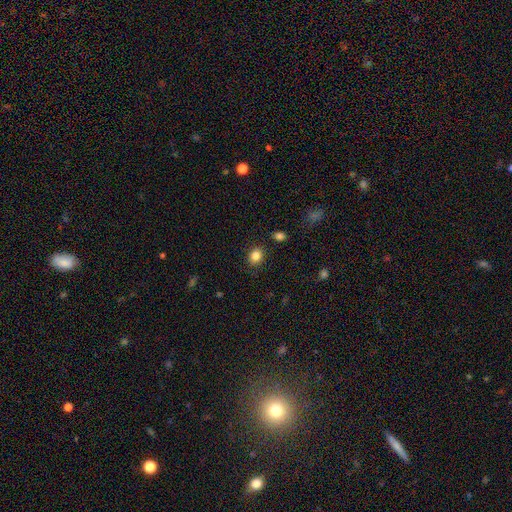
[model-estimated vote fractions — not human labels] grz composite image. It shows a smooth galaxy with no disk features (84%) that is round (54%). Merging: none (85%).